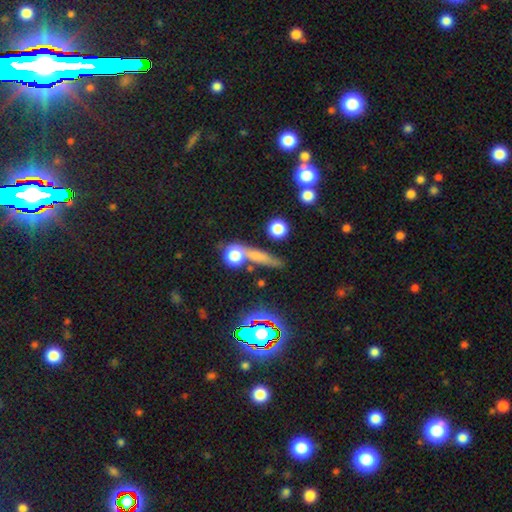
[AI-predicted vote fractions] Smooth or featured?
  - smooth: 59% *
  - featured or disk: 21%
  - star or artifact: 20%
How rounded?
  - cigar-shaped: 47% *
  - round: 38%
  - in between: 15%
Merging?
  - none: 64% *
  - merger: 19%
  - minor disturbance: 11%
  - major disturbance: 6%